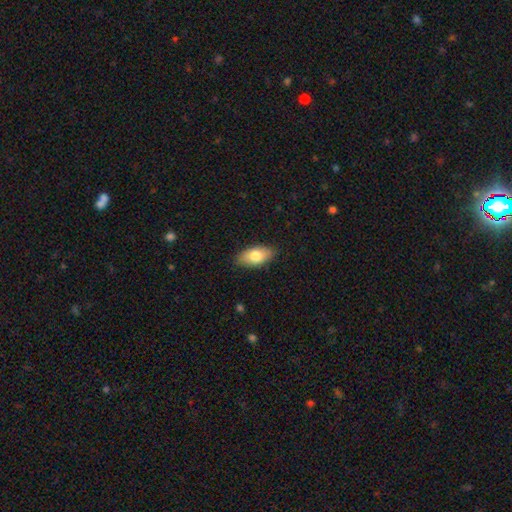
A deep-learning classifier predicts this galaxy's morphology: Q: Smooth or featured?
A: smooth (78%); runner-up: featured or disk (16%)
Q: How rounded?
A: in between (91%); runner-up: cigar-shaped (5%)
Q: Merging?
A: none (87%); runner-up: minor disturbance (10%)